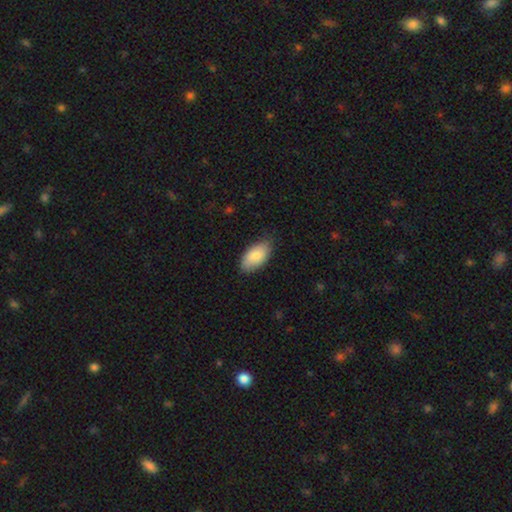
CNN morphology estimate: type=smooth (83%); roundness=in between (94%); merging=none (78%).